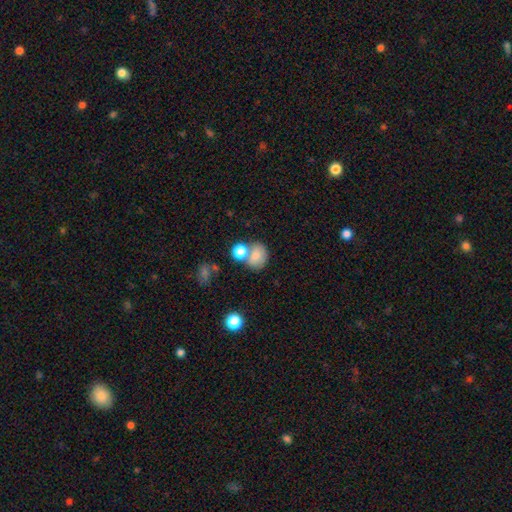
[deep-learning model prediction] This appears to be a smooth galaxy with no disk features (76%) that is round (58%). Merging: none (48%).